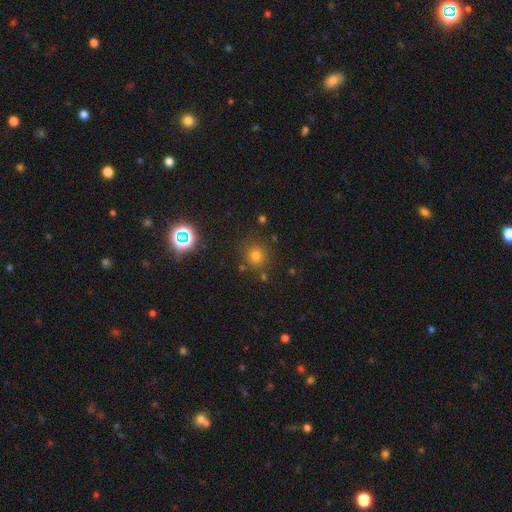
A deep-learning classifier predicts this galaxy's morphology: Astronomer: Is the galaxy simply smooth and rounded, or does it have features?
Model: smooth — 70%.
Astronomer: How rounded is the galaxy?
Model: round — 88%.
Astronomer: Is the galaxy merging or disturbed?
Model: none — 82%.